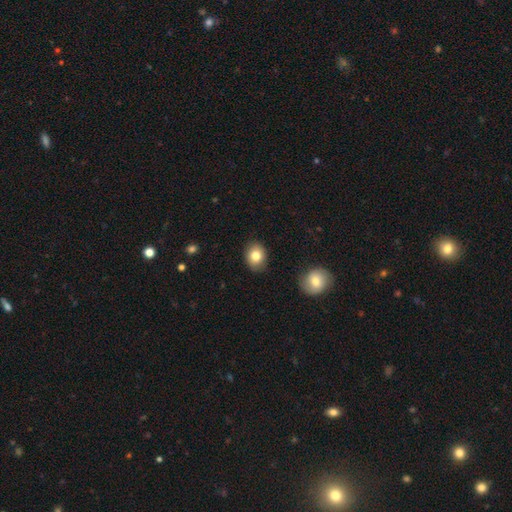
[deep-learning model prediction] smooth-or-featured: smooth: 82% | featured or disk: 10% | star or artifact: 8%
  how-rounded: in between: 53% | round: 47% | cigar-shaped: 1%
  merging: none: 87% | minor disturbance: 9% | major disturbance: 2% | merger: 2%